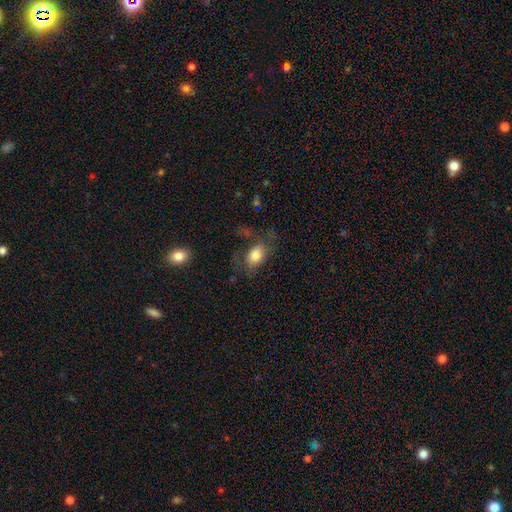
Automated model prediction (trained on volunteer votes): smooth 79%, featured or disk 13%, star or artifact 8%. Down the decision tree: how rounded — in between (84%); merging — none (52%).